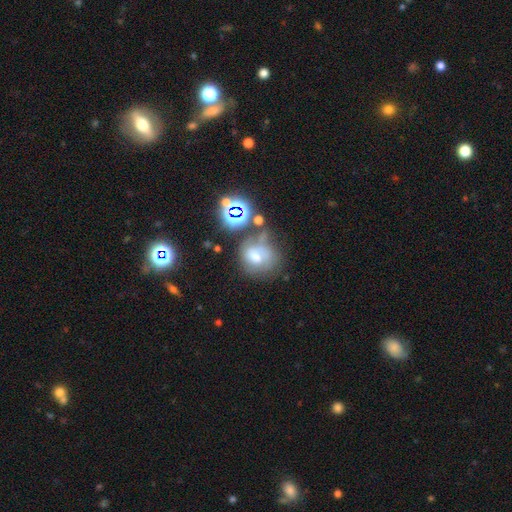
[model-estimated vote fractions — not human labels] A smooth galaxy with no disk features (45%). Merging: none (45%).